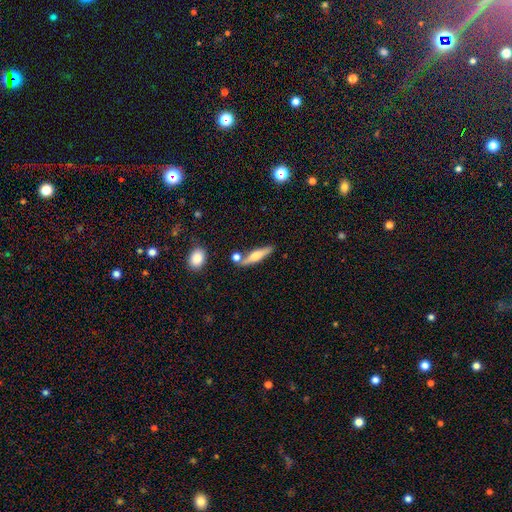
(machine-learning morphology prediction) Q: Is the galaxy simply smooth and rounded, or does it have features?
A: featured or disk — 53%.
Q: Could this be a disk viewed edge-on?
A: yes — 94%.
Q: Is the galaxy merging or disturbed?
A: none — 74%.